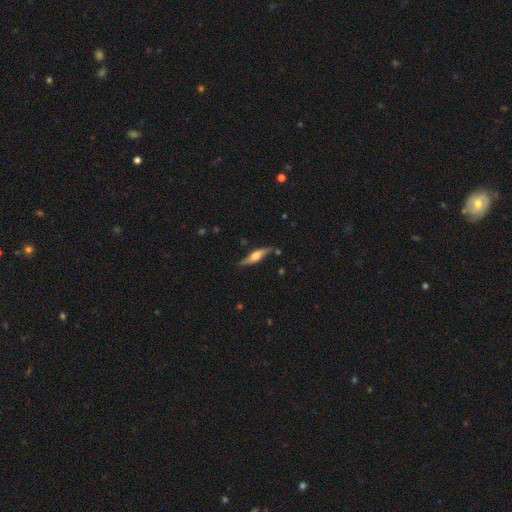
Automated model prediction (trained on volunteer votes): This appears to be a featured or disk galaxy (63%) viewed edge-on (88%) with a rounded central bulge (87%). Merging: none (75%).